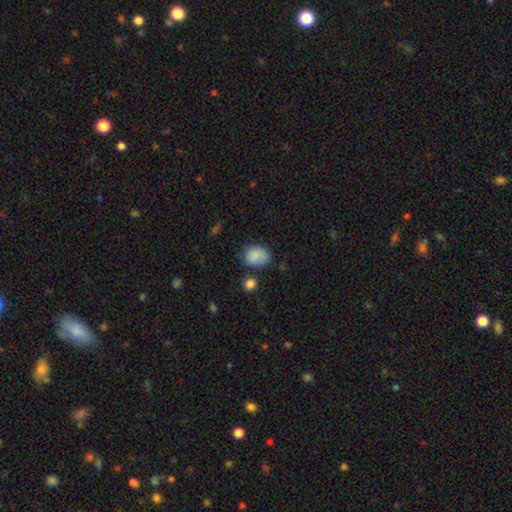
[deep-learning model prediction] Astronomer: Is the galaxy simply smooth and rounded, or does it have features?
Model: smooth — 85%.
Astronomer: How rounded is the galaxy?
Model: in between — 60% (runner-up: round, 39%).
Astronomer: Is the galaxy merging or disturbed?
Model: none — 58%.